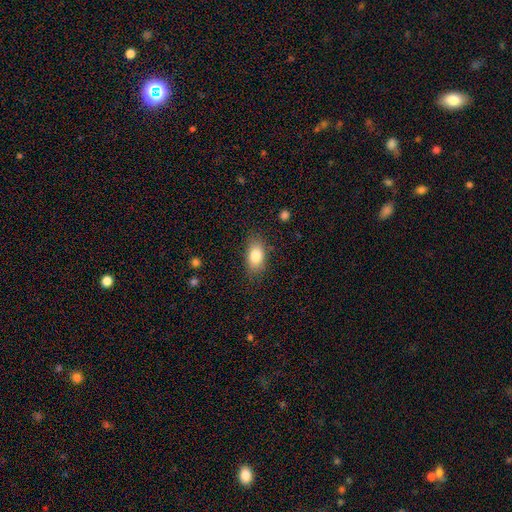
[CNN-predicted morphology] Smooth or featured: smooth — 82% (featured or disk — 10%)
How rounded: in between — 88% (round — 9%)
Merging: none — 82% (minor disturbance — 13%)